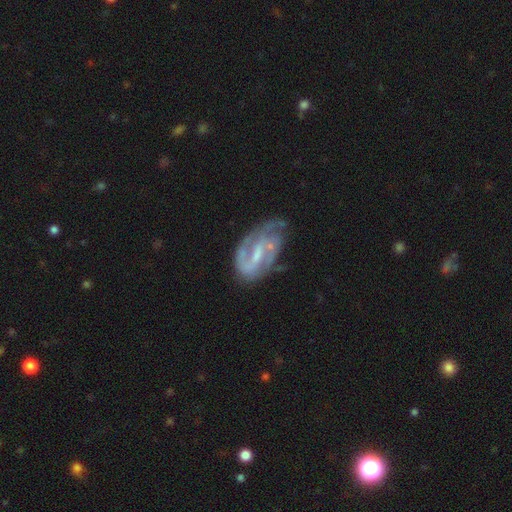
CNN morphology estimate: Q: Smooth or featured?
A: featured or disk (79%); runner-up: smooth (14%)
Q: Edge-on disk?
A: no (96%); runner-up: yes (4%)
Q: Bar?
A: weak (49%); runner-up: strong (27%)
Q: Spiral arms?
A: yes (86%); runner-up: no (14%)
Q: Spiral winding?
A: medium (43%); runner-up: tight (38%)
Q: Spiral arm count?
A: 2 (51%); runner-up: can't tell (23%)
Q: Bulge size?
A: small (45%); runner-up: moderate (29%)
Q: Merging?
A: none (44%); runner-up: minor disturbance (28%)